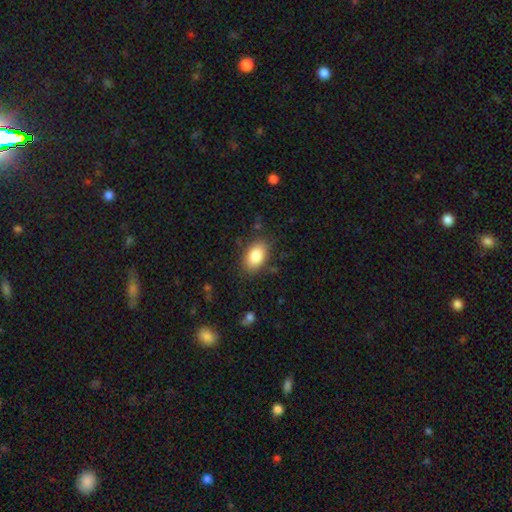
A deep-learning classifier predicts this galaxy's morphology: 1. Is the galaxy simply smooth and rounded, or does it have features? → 84% smooth, 8% featured or disk, 7% star or artifact.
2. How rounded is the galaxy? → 89% in between, 10% round, 1% cigar-shaped.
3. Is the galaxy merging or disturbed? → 82% none, 13% minor disturbance, 4% major disturbance, 2% merger.